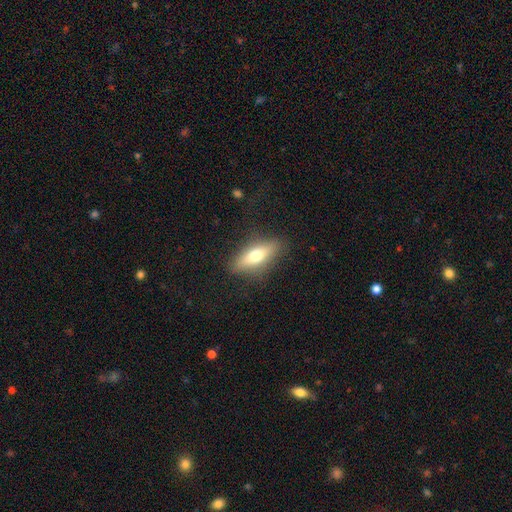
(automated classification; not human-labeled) Smooth or featured? smooth (60%)
How rounded? in between (53%)
Merging? none (84%)